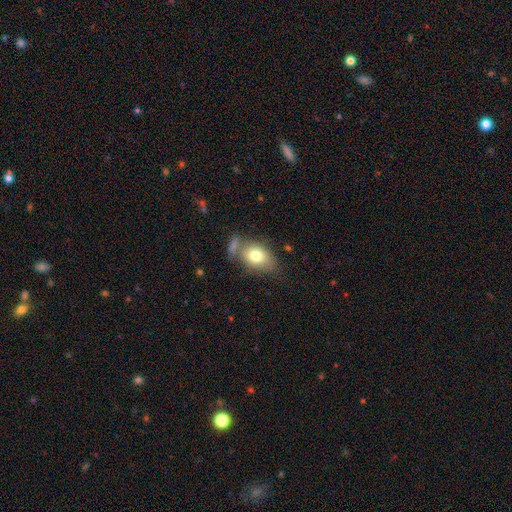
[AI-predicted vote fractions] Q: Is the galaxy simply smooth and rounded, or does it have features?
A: smooth — 76%.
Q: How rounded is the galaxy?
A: in between — 77%.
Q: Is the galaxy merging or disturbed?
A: none — 55%.